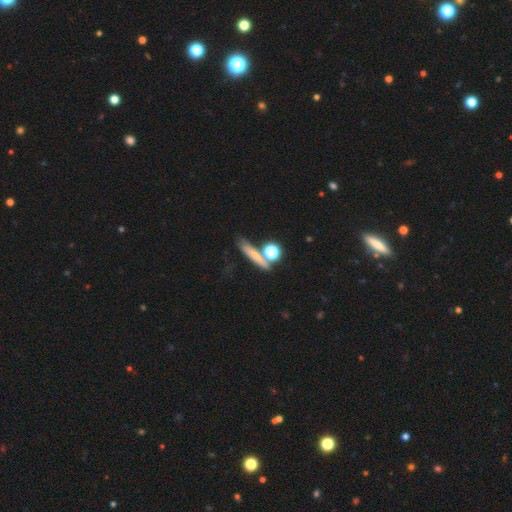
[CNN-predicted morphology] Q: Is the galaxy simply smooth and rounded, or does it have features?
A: smooth — 63%.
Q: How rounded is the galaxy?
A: cigar-shaped — 58%.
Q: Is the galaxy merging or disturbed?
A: none — 64%.